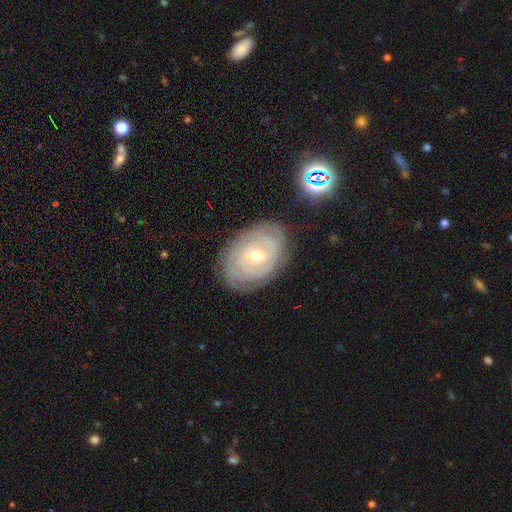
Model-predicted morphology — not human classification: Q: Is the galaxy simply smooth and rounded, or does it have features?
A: featured or disk — 80%.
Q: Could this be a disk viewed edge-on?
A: no — 96%.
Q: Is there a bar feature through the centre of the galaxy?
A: weak — 46%.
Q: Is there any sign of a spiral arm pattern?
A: yes — 91%.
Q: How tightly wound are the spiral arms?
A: tight — 79%.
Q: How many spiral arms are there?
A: can't tell — 46%.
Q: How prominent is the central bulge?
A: moderate — 51%.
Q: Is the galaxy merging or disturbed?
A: none — 78%.